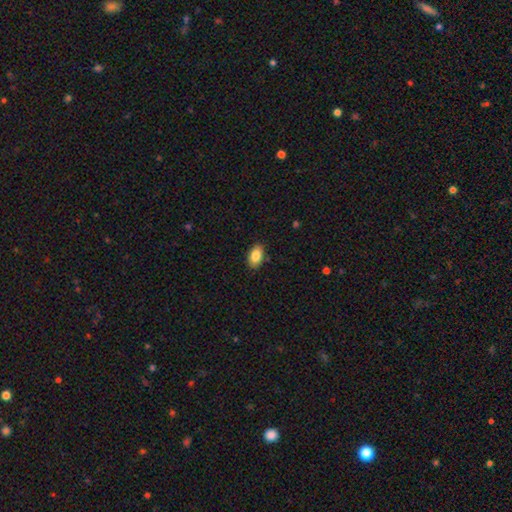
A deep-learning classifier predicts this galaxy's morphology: Smooth or featured?
  - smooth: 85% *
  - featured or disk: 7%
  - star or artifact: 7%
How rounded?
  - in between: 92% *
  - round: 6%
  - cigar-shaped: 2%
Merging?
  - none: 86% *
  - minor disturbance: 10%
  - major disturbance: 2%
  - merger: 1%